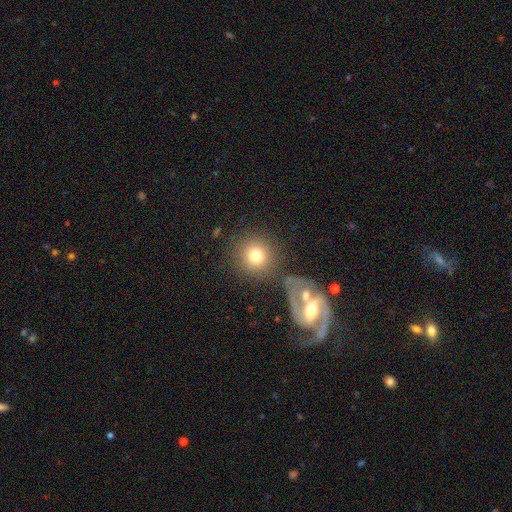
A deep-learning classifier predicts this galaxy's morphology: Overall: smooth (76%). How rounded: round (89%). Merging: none (68%).